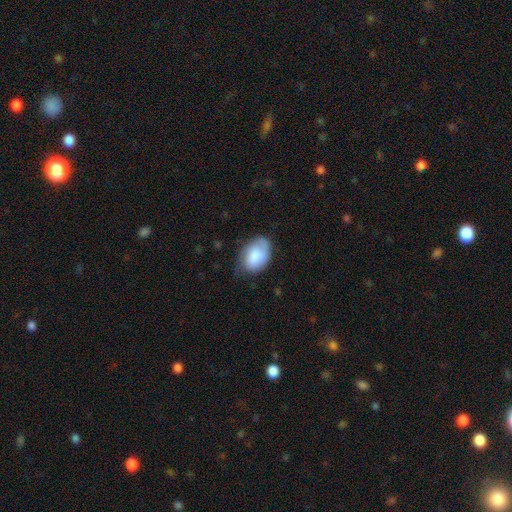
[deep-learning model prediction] Smooth or featured?
  - smooth: 76% *
  - featured or disk: 17%
  - star or artifact: 6%
How rounded?
  - in between: 86% *
  - round: 13%
  - cigar-shaped: 1%
Merging?
  - none: 58% *
  - minor disturbance: 31%
  - major disturbance: 9%
  - merger: 2%